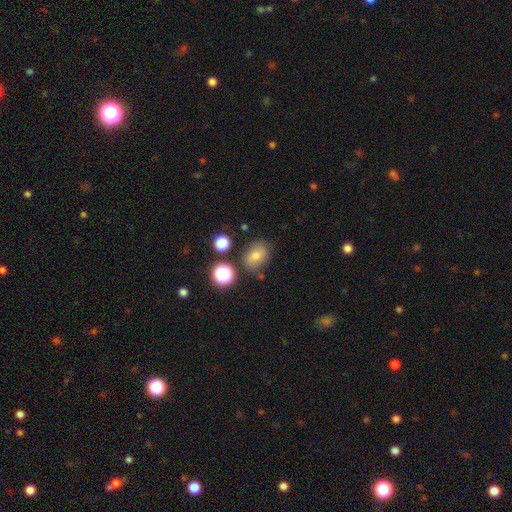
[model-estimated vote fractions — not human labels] Morphology: type=smooth (66%); roundness=in between (51%); merging=none (76%).